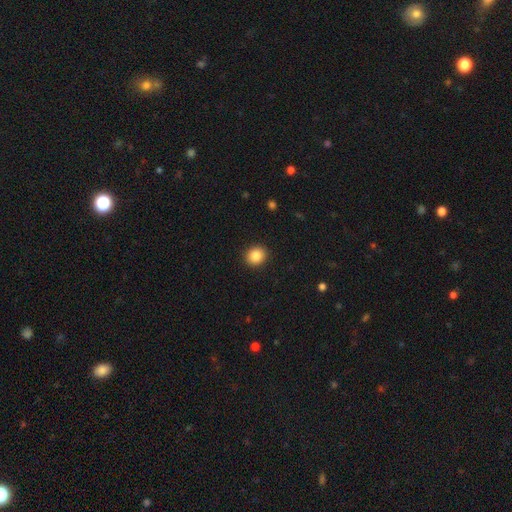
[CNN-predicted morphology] Q: Smooth or featured?
A: smooth (87%); runner-up: star or artifact (9%)
Q: How rounded?
A: round (72%); runner-up: in between (27%)
Q: Merging?
A: none (91%); runner-up: minor disturbance (6%)